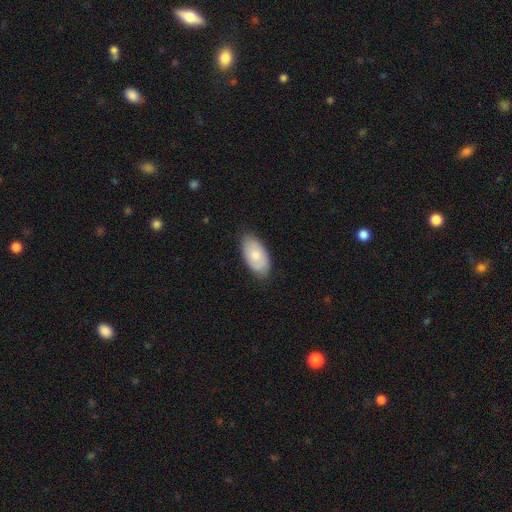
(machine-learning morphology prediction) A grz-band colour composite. It shows a smooth galaxy with no disk features (70%) that is in between round and cigar-shaped (95%). Merging: none (78%).